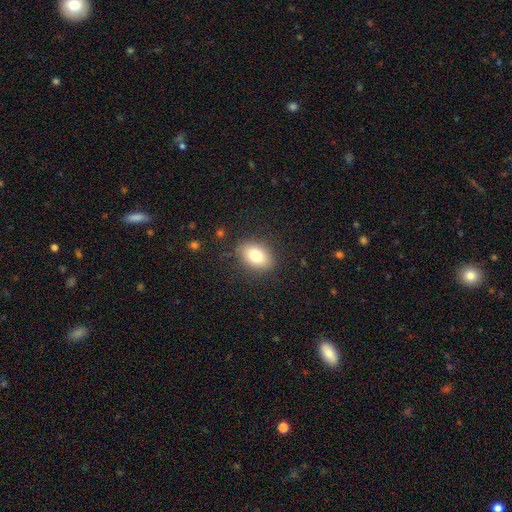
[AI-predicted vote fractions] Overall: smooth (79%). How rounded: in between (79%). Merging: none (85%).